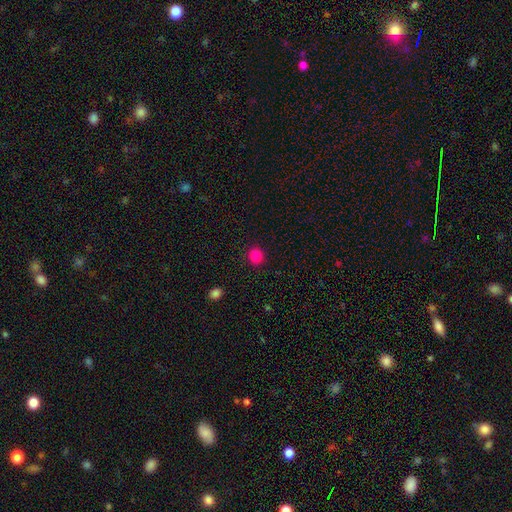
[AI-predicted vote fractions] Morphology: type=smooth (85%); roundness=round (86%); merging=none (91%).